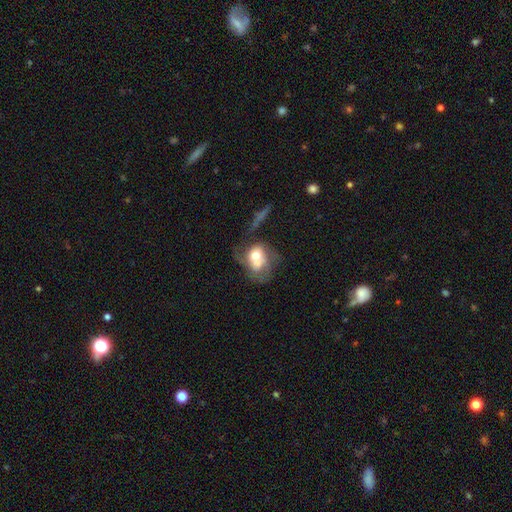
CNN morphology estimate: Smooth or featured? Predicted: smooth (p=0.49). Merging? Predicted: merger (p=0.32).